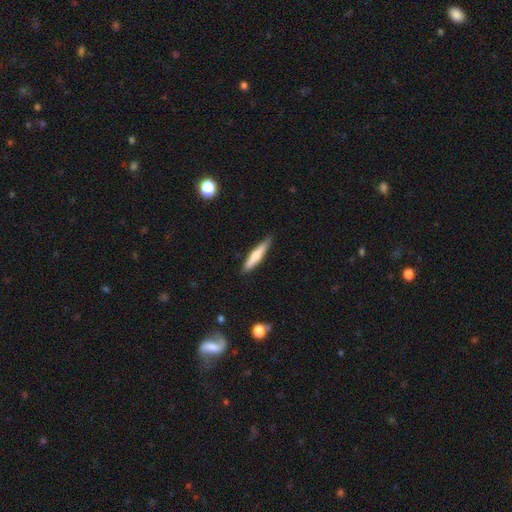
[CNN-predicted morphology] Overall: smooth (60%; featured or disk 35%). How rounded: cigar-shaped (88%). Merging: none (86%).